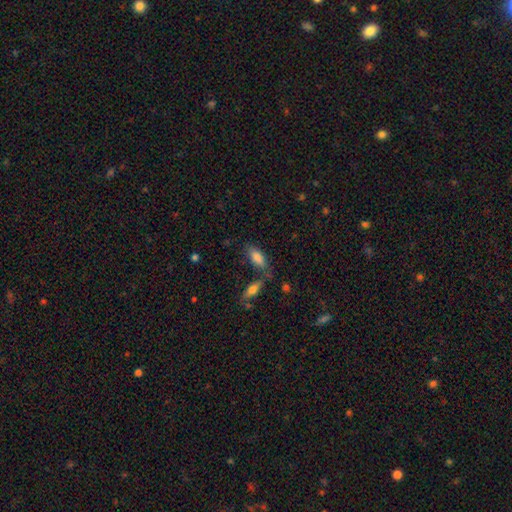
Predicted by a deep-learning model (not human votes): smooth_or_featured: smooth (p=0.60) [alt: featured or disk p=0.22]
how_rounded: in between (p=0.73) [alt: cigar-shaped p=0.22]
merging: none (p=0.55) [alt: merger p=0.28]